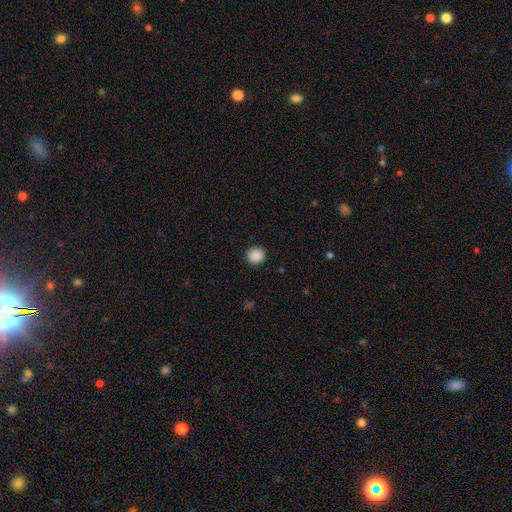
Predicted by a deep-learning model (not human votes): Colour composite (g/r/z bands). It shows a smooth galaxy with no disk features (88%) that is round (91%). Merging: none (91%).